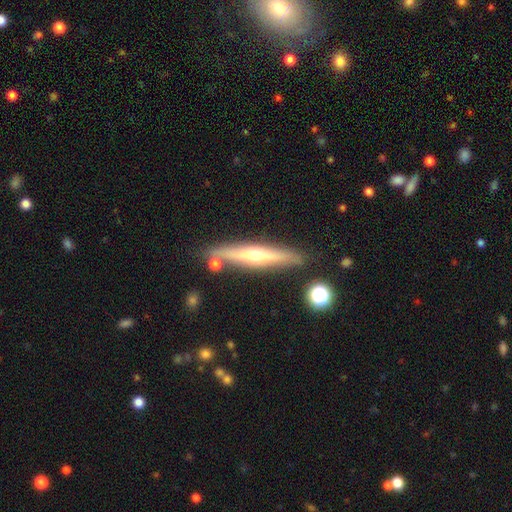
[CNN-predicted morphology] smooth-or-featured: featured or disk: 68% | smooth: 26% | star or artifact: 7%
  disk-edge-on: yes: 94% | no: 6%
    edge-on-bulge: rounded: 87% | none: 10% | boxy: 3%
  merging: none: 84% | minor disturbance: 10% | merger: 4% | major disturbance: 2%